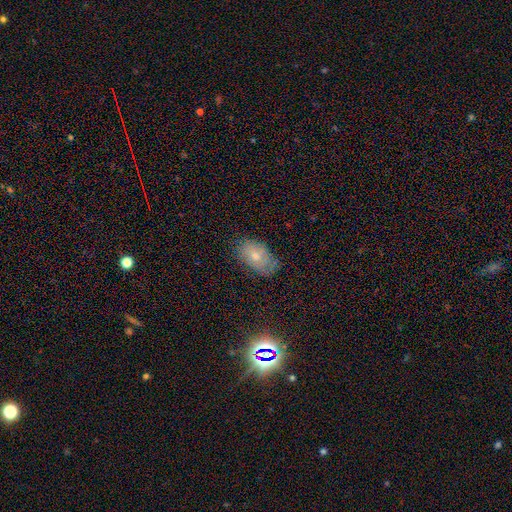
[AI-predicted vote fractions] Overall: smooth (58%; featured or disk 31%). How rounded: in between (90%). Merging: none (73%).